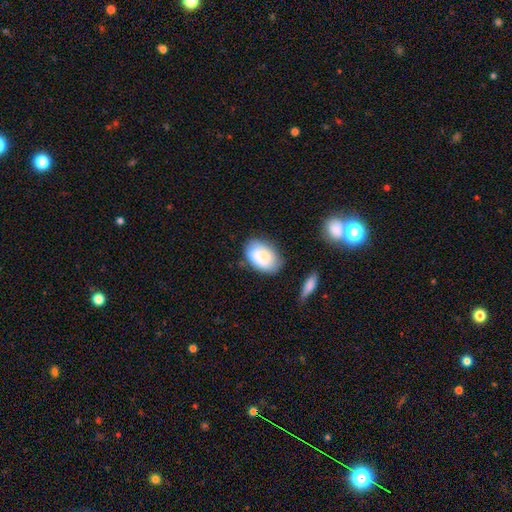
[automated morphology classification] Smooth or featured? Predicted: smooth (p=0.70). How rounded? Predicted: in between (p=0.89). Merging? Predicted: none (p=0.60).